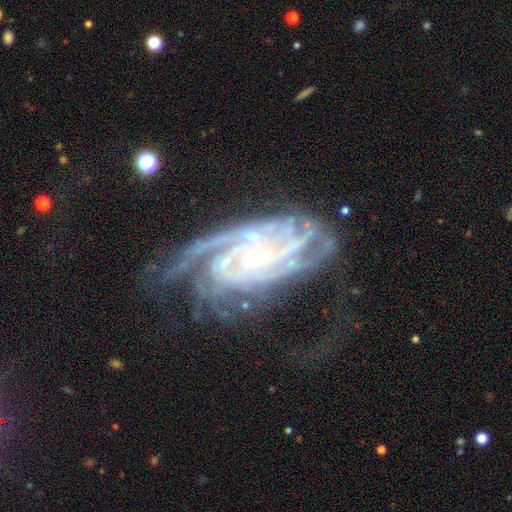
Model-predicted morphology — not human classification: type=featured or disk (90%); edge-on=no (96%); bar=no (61%); spiral arms=yes (98%); winding=tight (62%); arm count=3 (22%, tied with can't tell); bulge=small (76%); merging=none (51%).